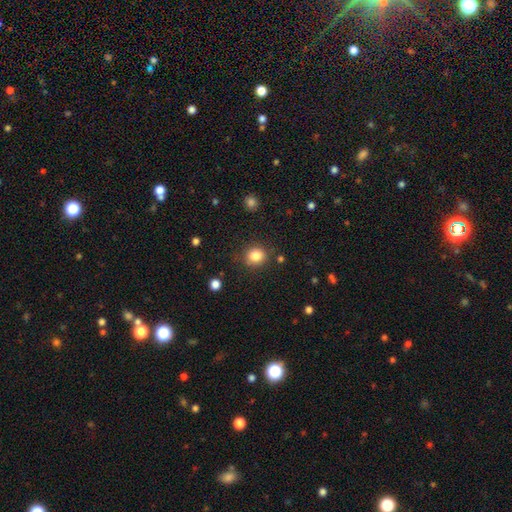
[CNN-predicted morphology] type=smooth (84%); roundness=round (83%); merging=none (83%).